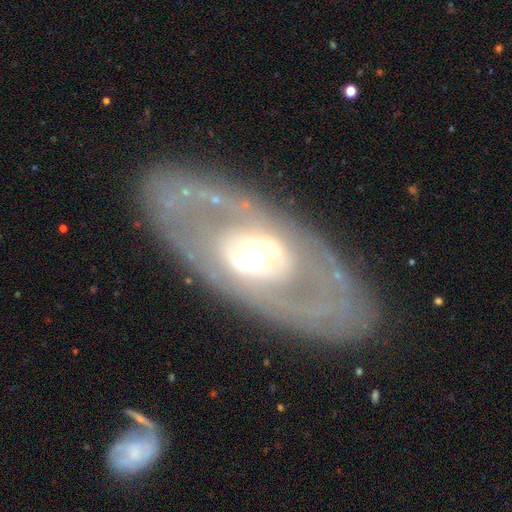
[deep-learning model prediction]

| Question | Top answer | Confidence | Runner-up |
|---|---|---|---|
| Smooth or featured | featured or disk | 76% | smooth (17%) |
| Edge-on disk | no | 87% | yes (13%) |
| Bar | no | 48% | weak (28%) |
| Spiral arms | no | 56% | yes (44%) |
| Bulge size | moderate | 60% | large (25%) |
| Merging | none | 71% | minor disturbance (13%) |